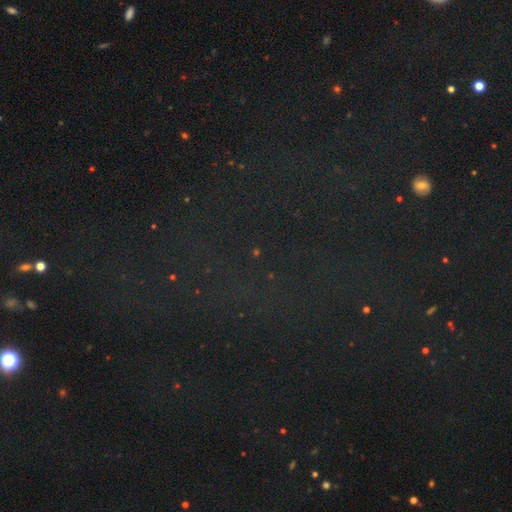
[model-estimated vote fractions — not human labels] This appears to be a star or artifact, not a galaxy (78%).